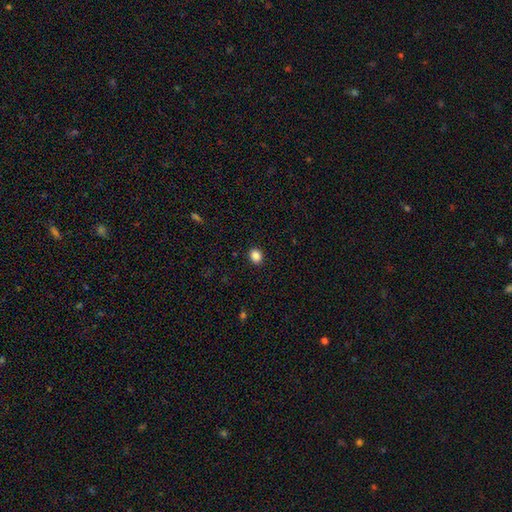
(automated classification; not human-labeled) smooth-or-featured: smooth: 86% | star or artifact: 10% | featured or disk: 4%
  how-rounded: round: 59% | in between: 40% | cigar-shaped: 1%
  merging: none: 91% | minor disturbance: 6% | major disturbance: 2% | merger: 1%